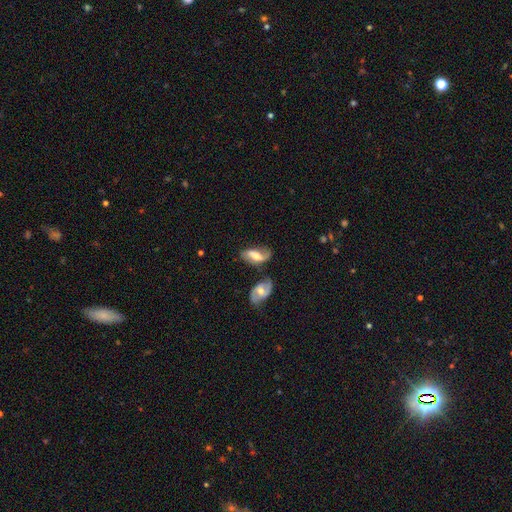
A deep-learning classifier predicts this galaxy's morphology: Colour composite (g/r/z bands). It shows a featured or disk galaxy (65%) with a weak bar (43%), 2 (83%) loose (54%) spiral arms (86%) and a moderate central bulge (60%). Merging: none (53%).